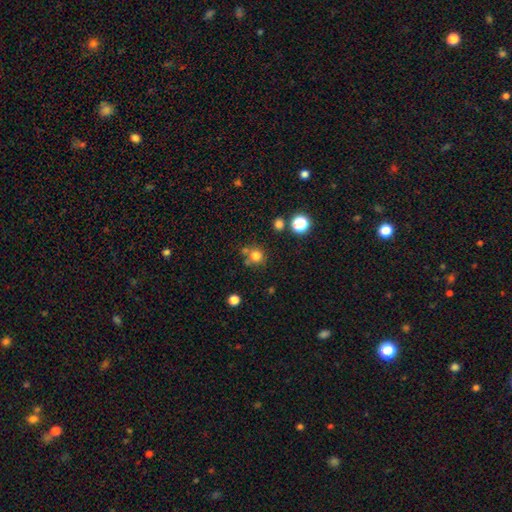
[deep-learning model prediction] Smooth or featured?
  - smooth: 77% *
  - star or artifact: 16%
  - featured or disk: 8%
How rounded?
  - round: 89% *
  - in between: 10%
  - cigar-shaped: 1%
Merging?
  - none: 65% *
  - merger: 18%
  - minor disturbance: 12%
  - major disturbance: 5%